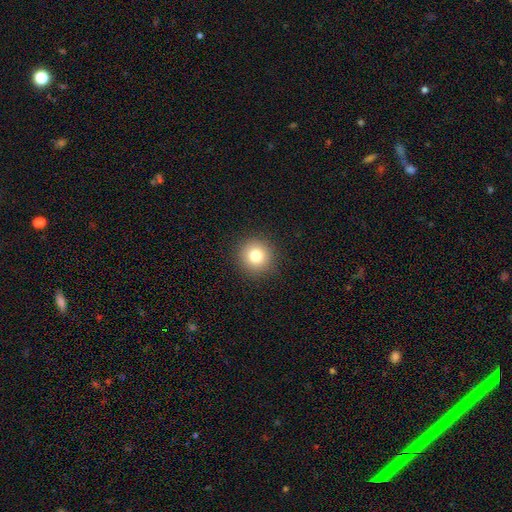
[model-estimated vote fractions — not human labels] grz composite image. It shows a smooth galaxy with no disk features (80%) that is round (94%). Merging: none (91%).